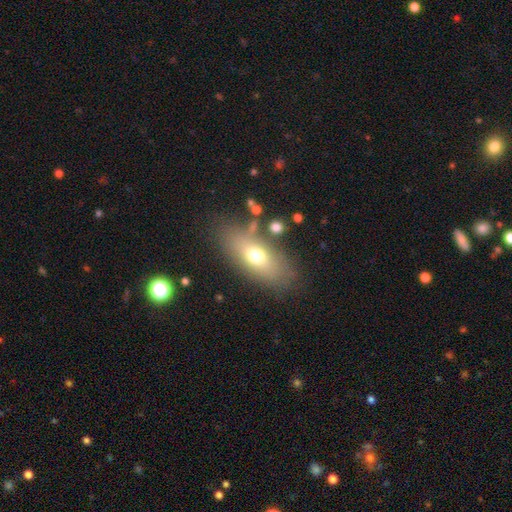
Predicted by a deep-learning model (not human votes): This is likely a smooth galaxy (66%). How rounded: likely in between (79%). Merging: likely none (75%).